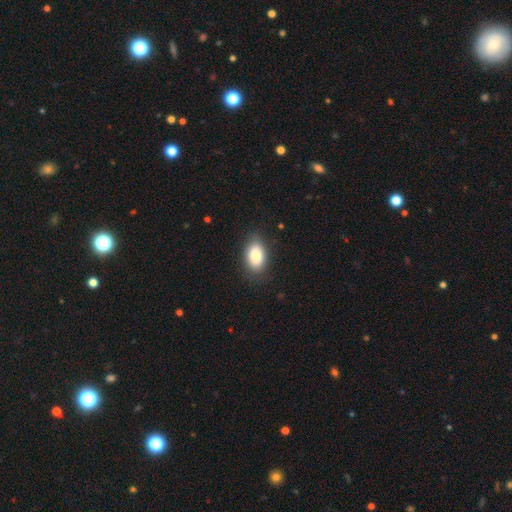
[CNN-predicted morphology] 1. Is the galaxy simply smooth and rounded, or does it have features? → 84% smooth, 8% featured or disk, 7% star or artifact.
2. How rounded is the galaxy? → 92% in between, 7% round, 2% cigar-shaped.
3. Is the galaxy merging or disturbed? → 83% none, 13% minor disturbance, 3% major disturbance, 1% merger.